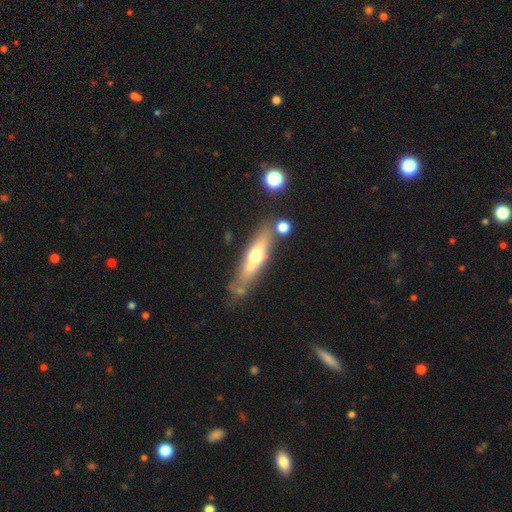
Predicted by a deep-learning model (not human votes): Overall: featured or disk (48%; smooth 45%). Merging: none (64%).